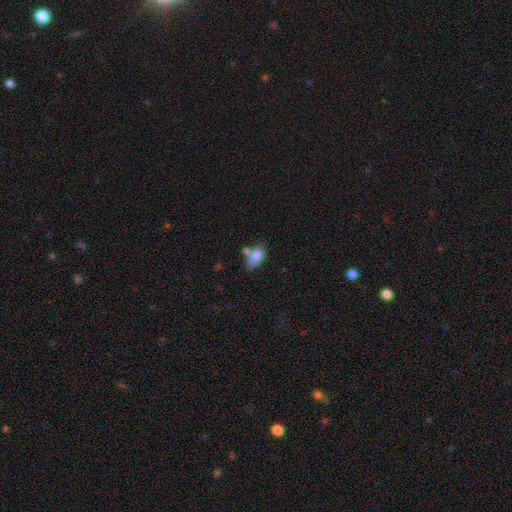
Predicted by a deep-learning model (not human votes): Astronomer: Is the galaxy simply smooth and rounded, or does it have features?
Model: smooth — 81%.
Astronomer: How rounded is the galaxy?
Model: in between — 89%.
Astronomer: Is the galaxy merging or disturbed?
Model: none — 44% (runner-up: merger, 28%).